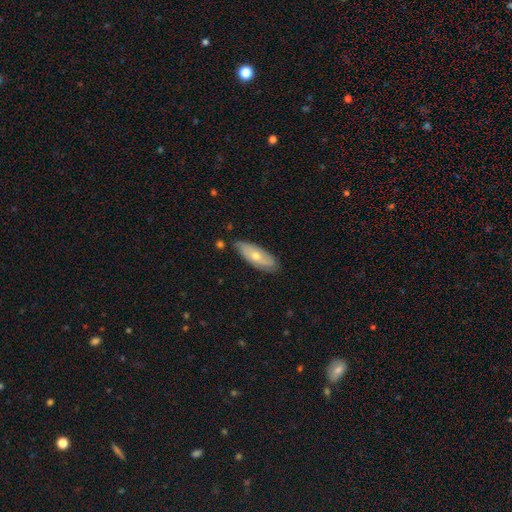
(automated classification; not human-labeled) The model was most divided on "smooth or featured": smooth: 50%, featured or disk: 43%, star or artifact: 7%. More confident: merging — none (79%); how rounded — in between (66%).